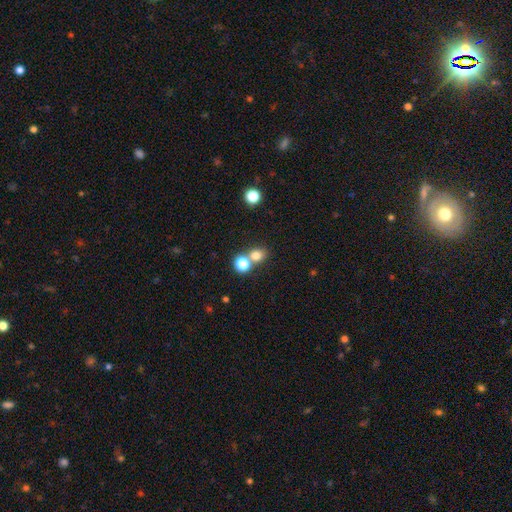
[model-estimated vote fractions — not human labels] Overall: smooth (77%). How rounded: round (74%). Merging: none (55%; merger 35%).